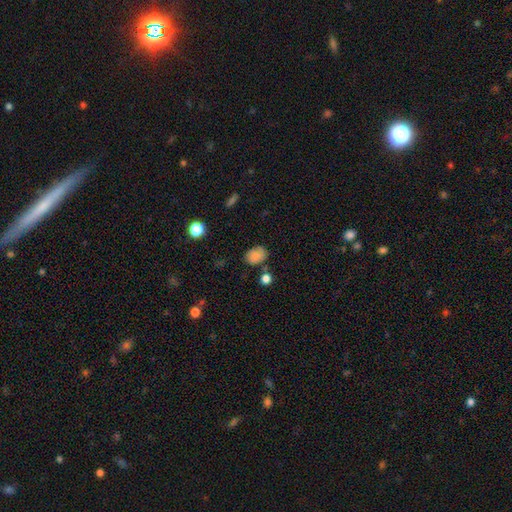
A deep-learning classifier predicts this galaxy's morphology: A smooth galaxy with no disk features (81%) that is in between round and cigar-shaped (70%).

Vote fractions:
- Smooth or featured? smooth: 81% / star or artifact: 11% / featured or disk: 8%
- How rounded? in between: 70% / round: 29% / cigar-shaped: 1%
- Merging? none: 69% / minor disturbance: 19% / merger: 7% / major disturbance: 5%